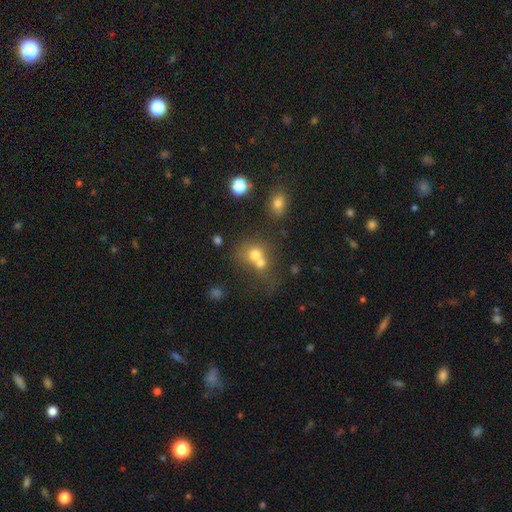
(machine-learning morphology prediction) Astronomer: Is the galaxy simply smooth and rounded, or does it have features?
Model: smooth — 65%.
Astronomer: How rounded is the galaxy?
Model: round — 74%.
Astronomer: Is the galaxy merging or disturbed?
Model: merger — 59%.